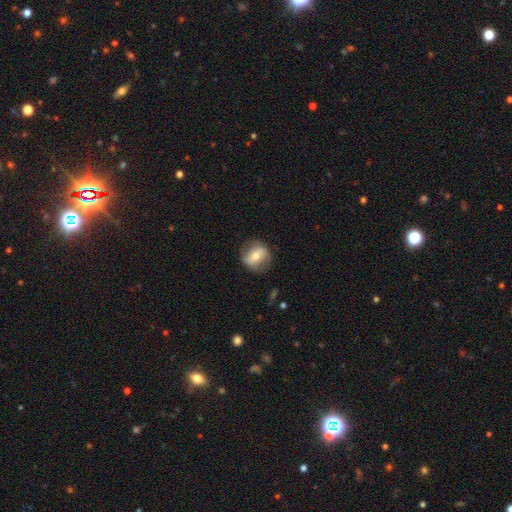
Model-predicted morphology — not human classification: A featured or disk galaxy (52%).

Vote fractions:
- Smooth or featured? featured or disk: 52% / smooth: 41% / star or artifact: 7%
- Edge-on disk? no: 89% / yes: 11%
- Merging? none: 79% / minor disturbance: 14% / major disturbance: 5% / merger: 1%